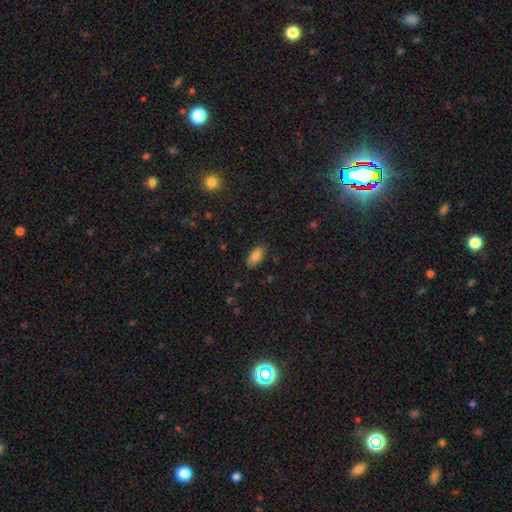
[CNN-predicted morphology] Smooth or featured? Predicted: smooth (p=0.84). How rounded? Predicted: in between (p=0.91). Merging? Predicted: none (p=0.84).